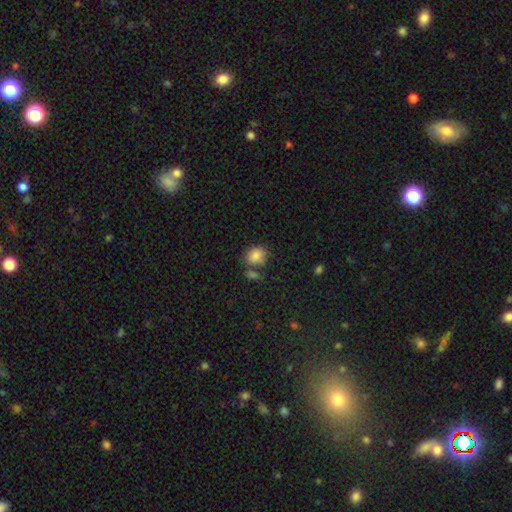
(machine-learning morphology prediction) smooth-or-featured: smooth: 84% | star or artifact: 9% | featured or disk: 7%
  how-rounded: round: 58% | in between: 41% | cigar-shaped: 1%
  merging: none: 60% | merger: 21% | minor disturbance: 15% | major disturbance: 5%